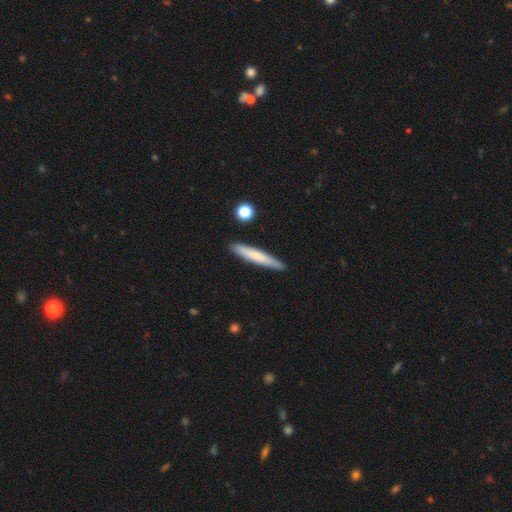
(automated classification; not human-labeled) This appears to be a smooth galaxy with no disk features (69%) that is cigar-shaped (94%). Merging: none (88%).